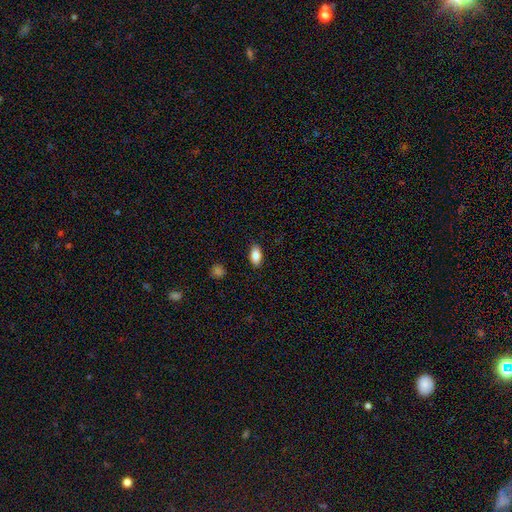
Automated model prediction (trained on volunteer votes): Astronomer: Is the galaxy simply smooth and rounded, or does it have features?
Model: smooth — 86%.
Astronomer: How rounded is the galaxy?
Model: in between — 91%.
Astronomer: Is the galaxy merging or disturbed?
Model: none — 88%.